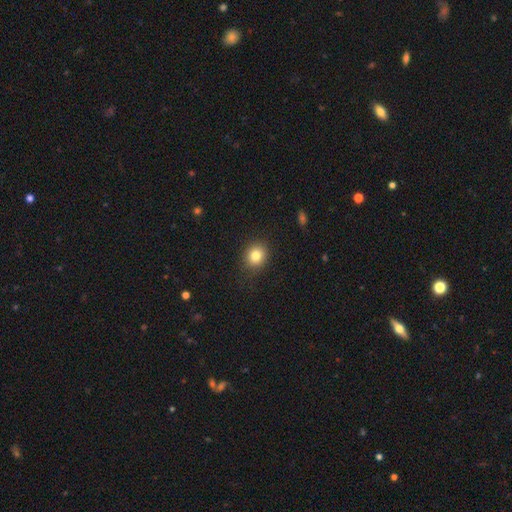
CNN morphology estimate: This appears to be a smooth galaxy with no disk features (81%) that is round (73%). Merging: none (87%).